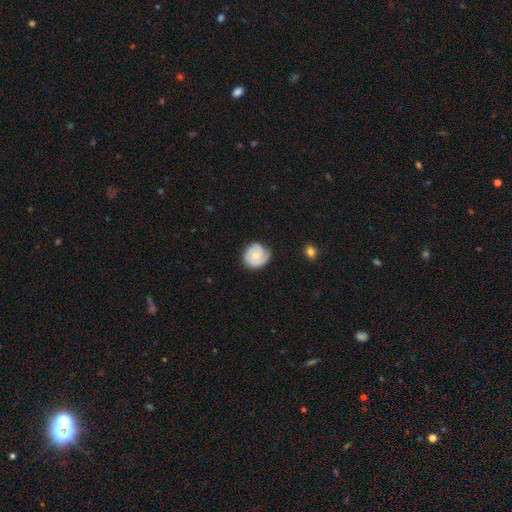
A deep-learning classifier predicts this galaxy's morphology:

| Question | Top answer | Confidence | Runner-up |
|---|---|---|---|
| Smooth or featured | featured or disk | 63% | smooth (31%) |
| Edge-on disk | no | 98% | yes (2%) |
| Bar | no | 72% | weak (25%) |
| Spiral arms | yes | 93% | no (7%) |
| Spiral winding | tight | 63% | medium (28%) |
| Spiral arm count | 2 | 43% | 1 (21%) |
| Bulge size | small | 55% | moderate (35%) |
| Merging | none | 71% | minor disturbance (21%) |